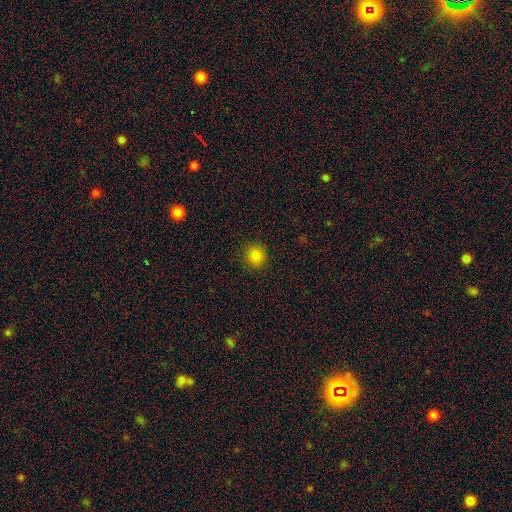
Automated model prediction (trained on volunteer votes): Smooth or featured: smooth — 84% (star or artifact — 12%)
How rounded: round — 86% (in between — 13%)
Merging: none — 89% (minor disturbance — 7%)